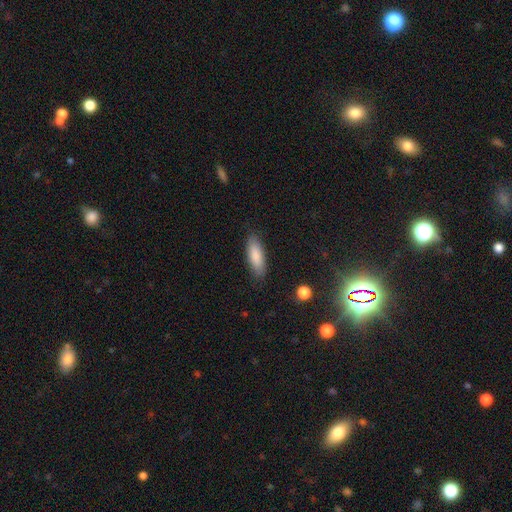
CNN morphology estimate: Q: Smooth or featured?
A: smooth (86%); runner-up: featured or disk (8%)
Q: How rounded?
A: in between (61%); runner-up: cigar-shaped (37%)
Q: Merging?
A: none (85%); runner-up: minor disturbance (11%)